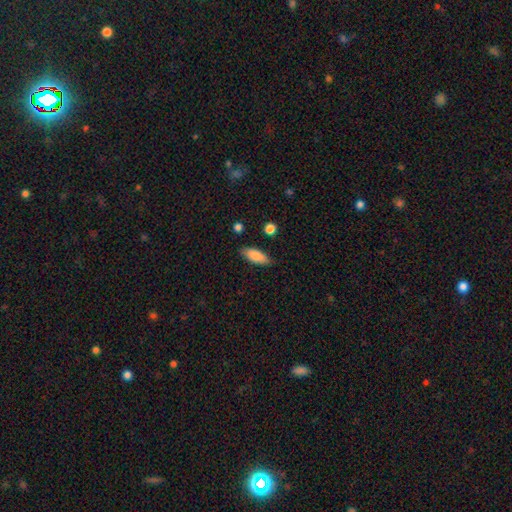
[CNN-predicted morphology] A smooth galaxy with no disk features (85%) that is in between round and cigar-shaped (71%).

Vote fractions:
- Smooth or featured? smooth: 85% / featured or disk: 9% / star or artifact: 7%
- How rounded? in between: 71% / cigar-shaped: 27% / round: 2%
- Merging? none: 82% / minor disturbance: 13% / major disturbance: 3% / merger: 2%